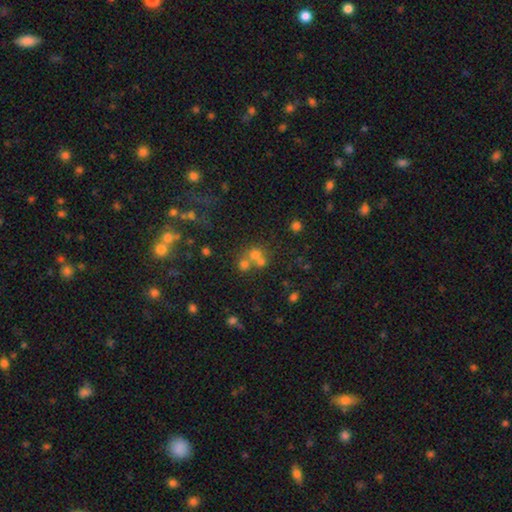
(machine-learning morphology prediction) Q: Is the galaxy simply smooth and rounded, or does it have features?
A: smooth — 52%.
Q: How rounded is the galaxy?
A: round — 83%.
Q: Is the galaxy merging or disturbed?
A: none — 46%.